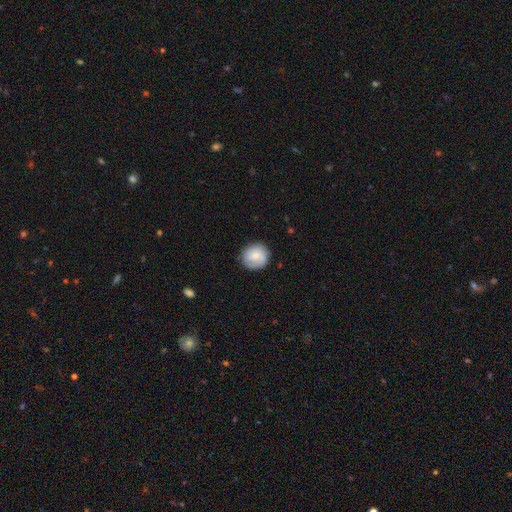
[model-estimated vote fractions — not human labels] Smooth or featured?
  - smooth: 70% *
  - featured or disk: 24%
  - star or artifact: 7%
How rounded?
  - round: 89% *
  - in between: 10%
  - cigar-shaped: 1%
Merging?
  - none: 82% *
  - minor disturbance: 13%
  - major disturbance: 3%
  - merger: 1%